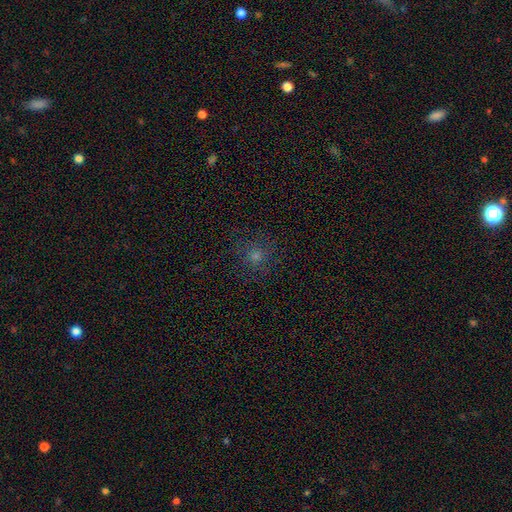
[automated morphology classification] smooth-or-featured: smooth: 65% | star or artifact: 23% | featured or disk: 12%
  how-rounded: round: 90% | in between: 9% | cigar-shaped: 1%
  merging: none: 80% | minor disturbance: 12% | major disturbance: 6% | merger: 2%